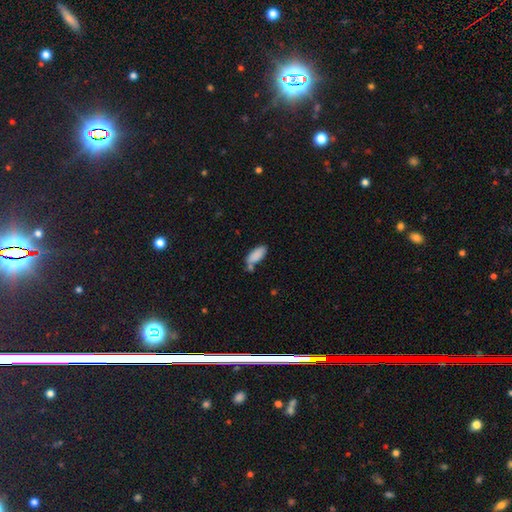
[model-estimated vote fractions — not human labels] smooth_or_featured: smooth (p=0.86) [alt: star or artifact p=0.07]
how_rounded: in between (p=0.83) [alt: cigar-shaped p=0.15]
merging: none (p=0.51) [alt: merger p=0.22]